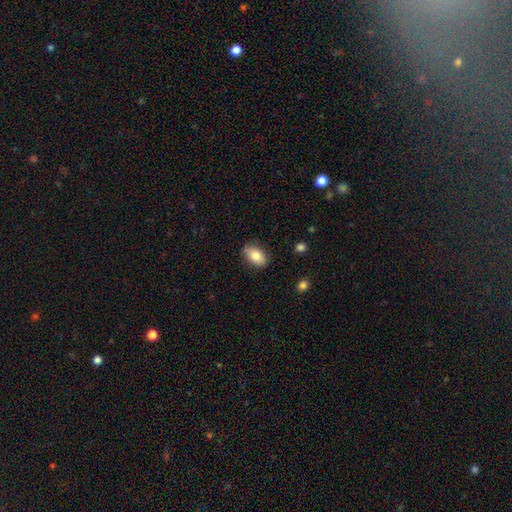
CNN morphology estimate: Q: Smooth or featured?
A: smooth (79%); runner-up: featured or disk (14%)
Q: How rounded?
A: in between (87%); runner-up: round (10%)
Q: Merging?
A: none (81%); runner-up: minor disturbance (15%)